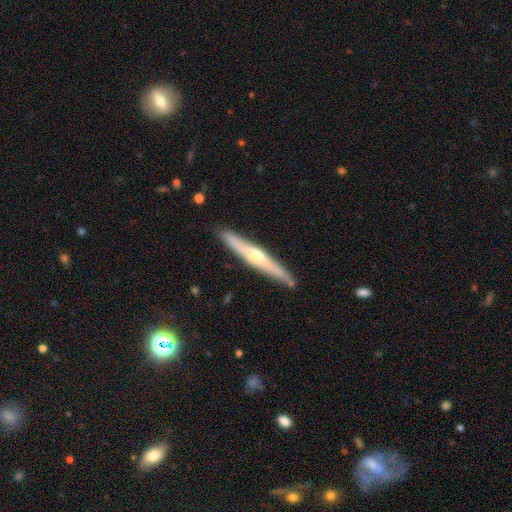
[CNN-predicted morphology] Smooth or featured: featured or disk — 68% (smooth — 26%)
Edge-on disk: yes — 96% (no — 4%)
Edge-on bulge: rounded — 84% (none — 12%)
Merging: none — 90% (minor disturbance — 7%)